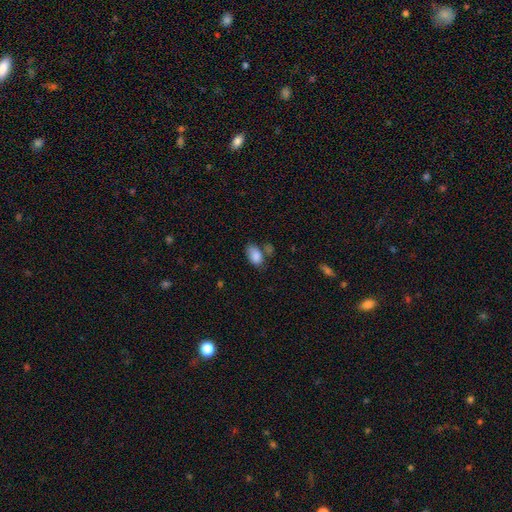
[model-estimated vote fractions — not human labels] A smooth galaxy with no disk features (86%) that is in between round and cigar-shaped (91%).

Vote fractions:
- Smooth or featured? smooth: 86% / star or artifact: 8% / featured or disk: 6%
- How rounded? in between: 91% / round: 7% / cigar-shaped: 2%
- Merging? none: 53% / minor disturbance: 24% / merger: 15% / major disturbance: 8%